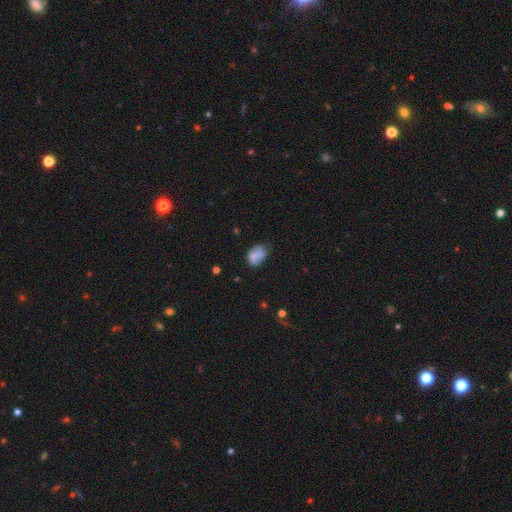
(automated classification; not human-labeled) smooth_or_featured: smooth (p=0.73) [alt: featured or disk p=0.17]
how_rounded: in between (p=0.77) [alt: round p=0.22]
merging: none (p=0.39) [alt: minor disturbance p=0.36]